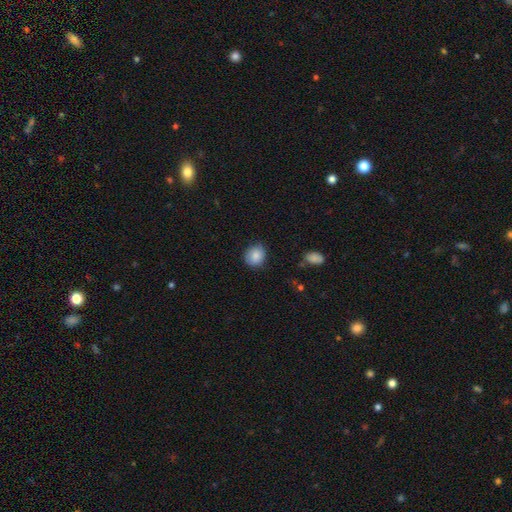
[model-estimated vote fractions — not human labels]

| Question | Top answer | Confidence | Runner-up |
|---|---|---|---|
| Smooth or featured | smooth | 85% | star or artifact (8%) |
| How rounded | round | 70% | in between (29%) |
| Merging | none | 77% | minor disturbance (18%) |